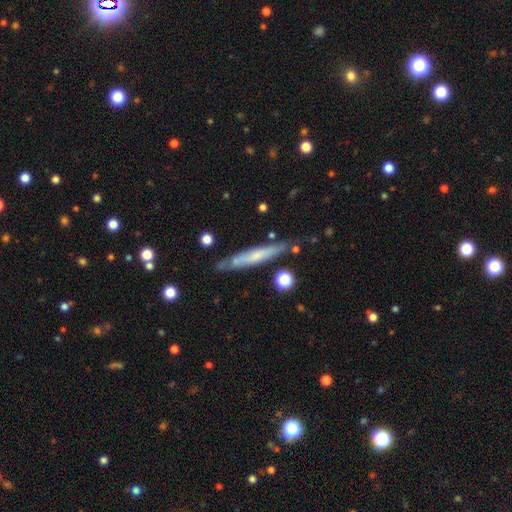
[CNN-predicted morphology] smooth_or_featured: smooth (p=0.49) [alt: featured or disk p=0.44]
merging: none (p=0.78) [alt: minor disturbance p=0.16]